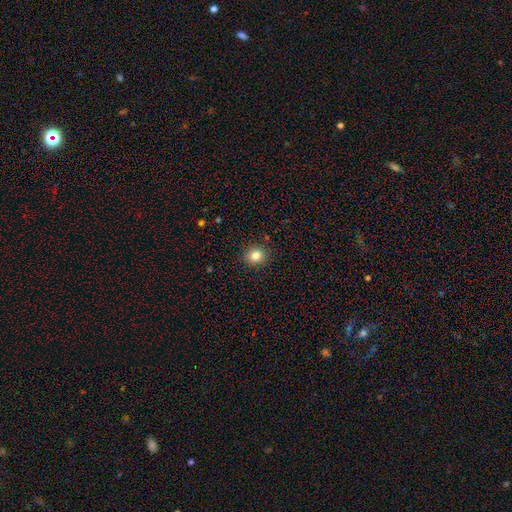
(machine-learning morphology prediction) This is clearly a smooth galaxy (82%). How rounded: clearly round (84%). Merging: clearly none (90%).